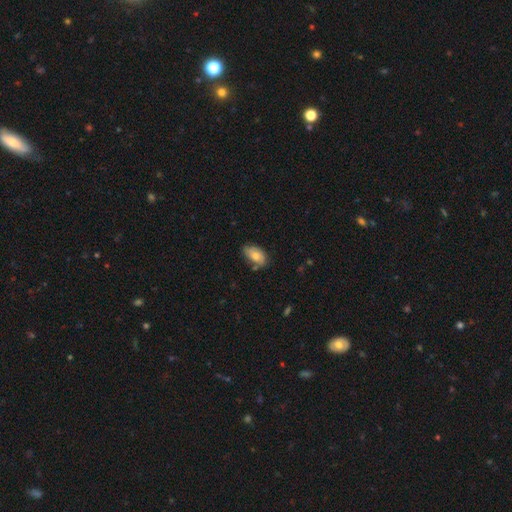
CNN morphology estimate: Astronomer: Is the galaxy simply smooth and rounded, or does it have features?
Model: smooth — 65%.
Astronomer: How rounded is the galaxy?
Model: in between — 92%.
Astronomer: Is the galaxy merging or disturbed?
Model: none — 63%.